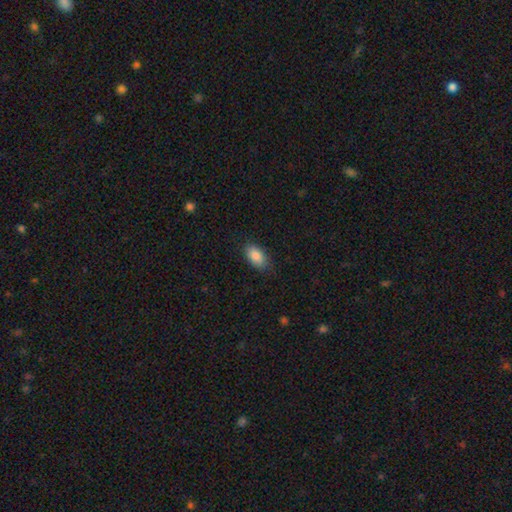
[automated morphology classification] A smooth galaxy with no disk features (88%) that is in between round and cigar-shaped (93%). Merging: none (83%).